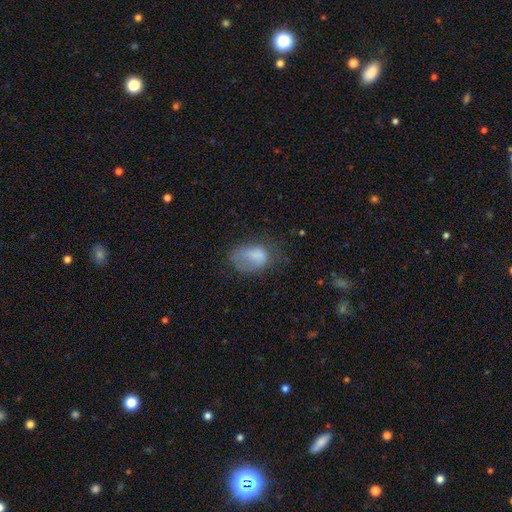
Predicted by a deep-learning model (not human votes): Morphology: type=smooth (71%); roundness=in between (83%); merging=major disturbance (35%).